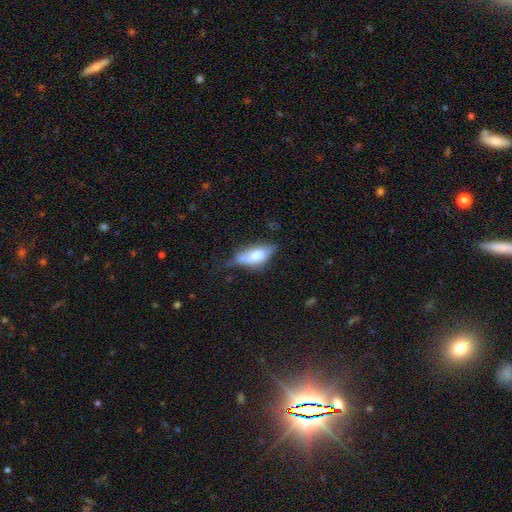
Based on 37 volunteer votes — Smooth or featured? 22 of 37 (59%) said smooth. How rounded? 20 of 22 (91%) said in between. Merging? 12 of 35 (34%) said major disturbance.